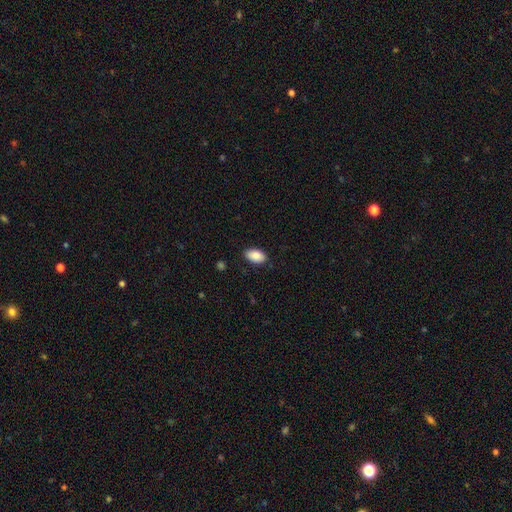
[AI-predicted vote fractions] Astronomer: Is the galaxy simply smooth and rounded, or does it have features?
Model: smooth — 88%.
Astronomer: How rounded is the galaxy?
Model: in between — 94%.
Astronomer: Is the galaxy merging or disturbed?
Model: none — 86%.